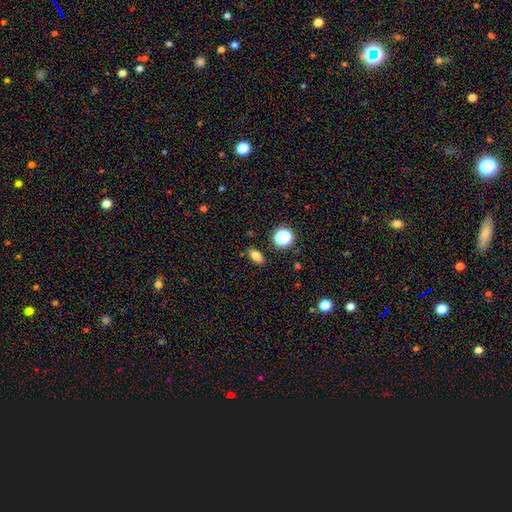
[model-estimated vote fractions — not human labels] smooth-or-featured: smooth: 76% | star or artifact: 14% | featured or disk: 11%
  how-rounded: in between: 77% | round: 13% | cigar-shaped: 9%
  merging: none: 86% | minor disturbance: 9% | major disturbance: 2% | merger: 2%